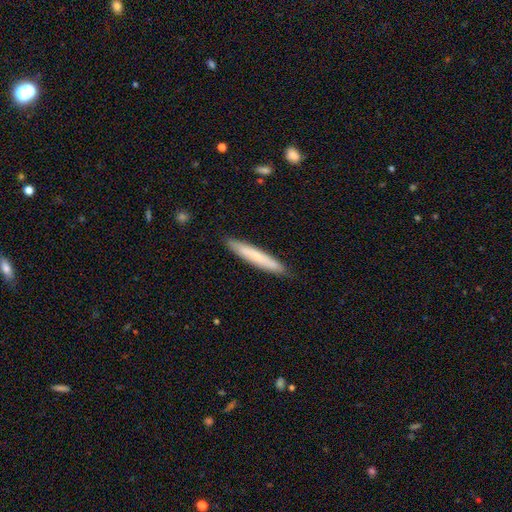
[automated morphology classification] Smooth or featured? smooth (67%)
How rounded? cigar-shaped (94%)
Merging? none (89%)